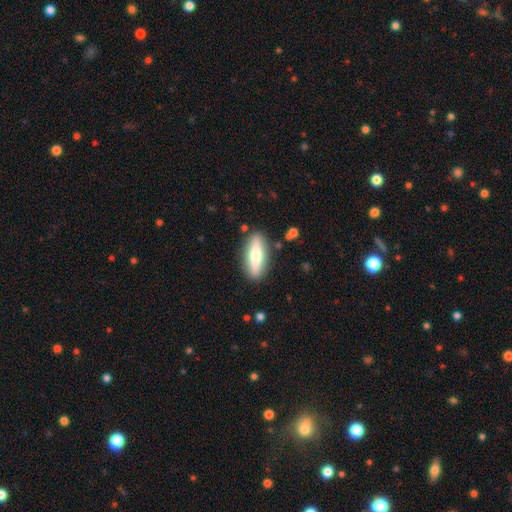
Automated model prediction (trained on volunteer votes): This is possibly a smooth galaxy (53%). How rounded: possibly in between (51%). Merging: clearly none (87%).